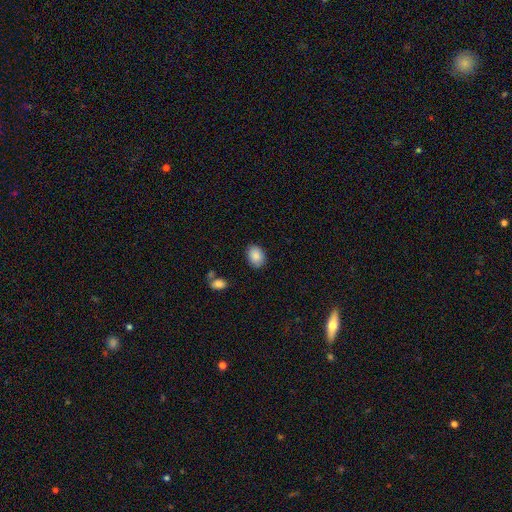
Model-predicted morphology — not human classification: This appears to be a smooth galaxy with no disk features (88%) that is in between round and cigar-shaped (73%). Merging: none (85%).